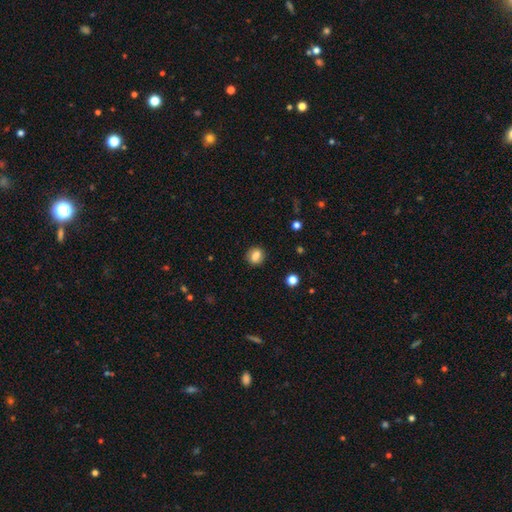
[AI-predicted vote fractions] smooth_or_featured: smooth (p=0.79) [alt: featured or disk p=0.11]
how_rounded: round (p=0.71) [alt: in between p=0.28]
merging: none (p=0.87) [alt: minor disturbance p=0.09]